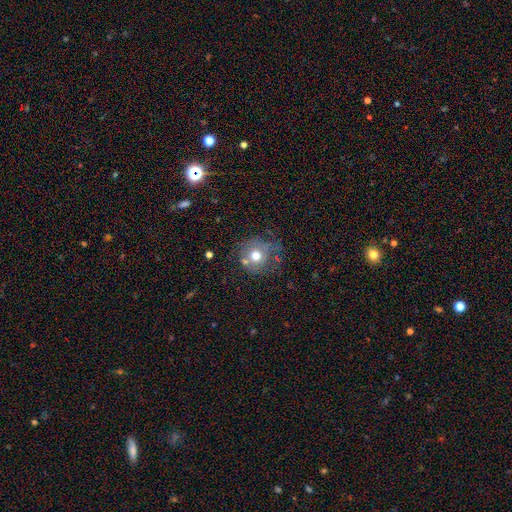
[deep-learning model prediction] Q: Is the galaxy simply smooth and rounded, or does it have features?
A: smooth — 65%.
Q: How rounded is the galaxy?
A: round — 88%.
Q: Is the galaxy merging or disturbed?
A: none — 58%.